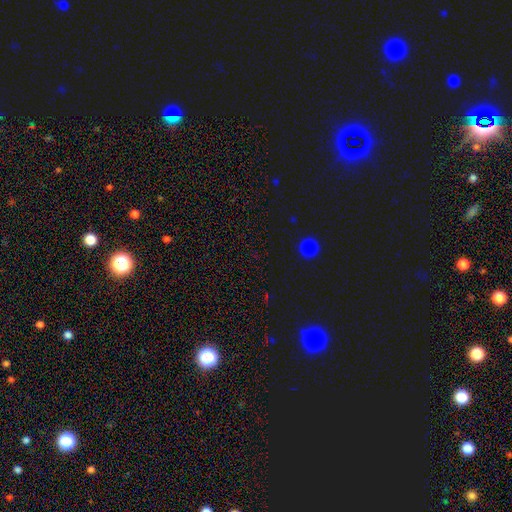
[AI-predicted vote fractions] smooth_or_featured: star or artifact (p=0.55) [alt: smooth p=0.39]